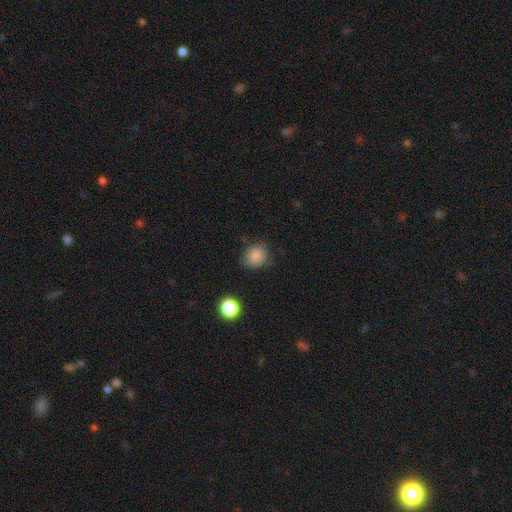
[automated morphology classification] A smooth galaxy with no disk features (84%) that is round (72%). Merging: none (72%).